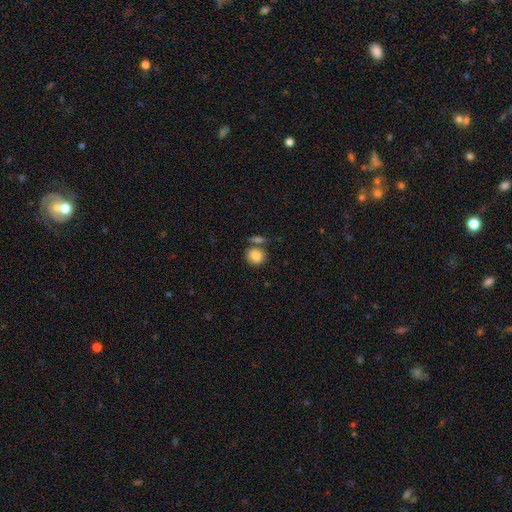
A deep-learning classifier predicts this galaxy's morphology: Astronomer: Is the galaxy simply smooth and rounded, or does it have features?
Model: smooth — 86%.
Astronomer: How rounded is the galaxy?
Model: round — 70%.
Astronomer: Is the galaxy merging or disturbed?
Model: none — 63%.